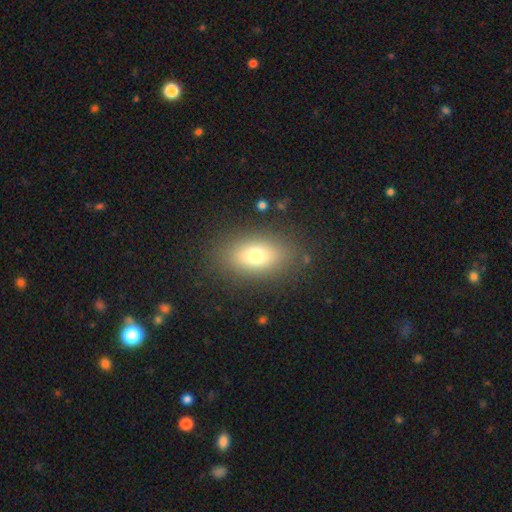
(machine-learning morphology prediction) smooth-or-featured: smooth: 75% | featured or disk: 15% | star or artifact: 11%
  how-rounded: in between: 85% | round: 11% | cigar-shaped: 4%
  merging: none: 85% | minor disturbance: 10% | major disturbance: 4% | merger: 1%